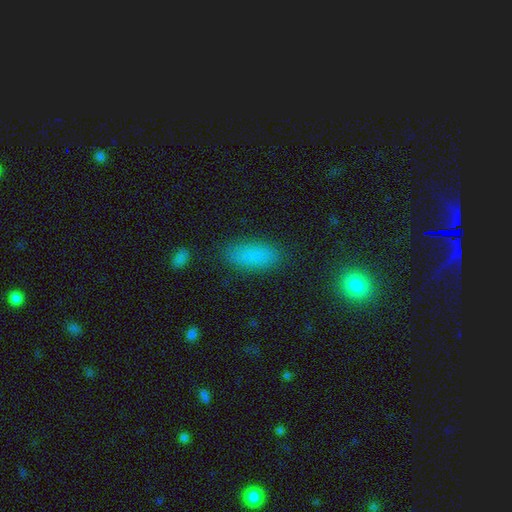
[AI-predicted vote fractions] Overall: smooth (84%). How rounded: in between (84%). Merging: none (85%).